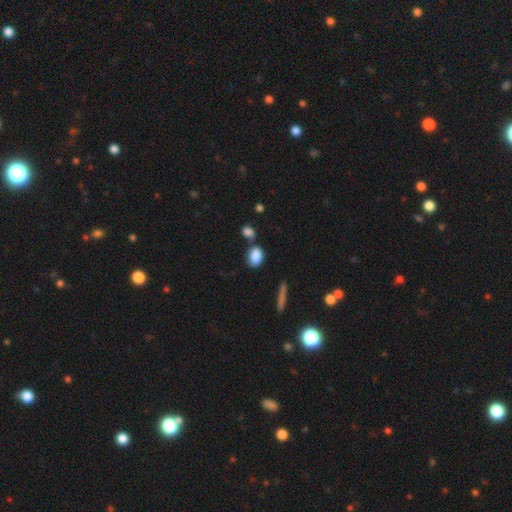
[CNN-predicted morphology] Smooth or featured: smooth — 86% (star or artifact — 7%)
How rounded: in between — 78% (round — 20%)
Merging: none — 56% (merger — 25%)